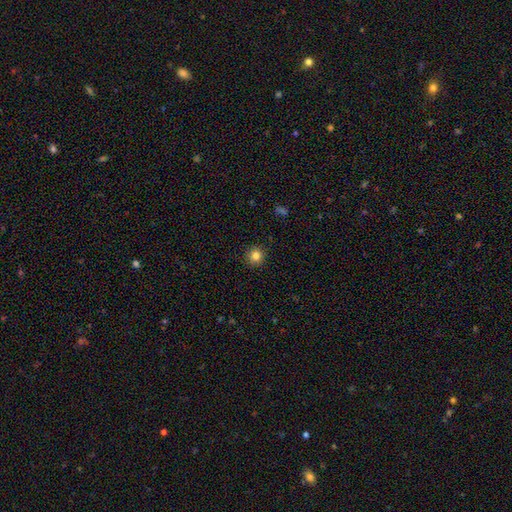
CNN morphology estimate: A smooth galaxy with no disk features (82%) that is round (93%). Merging: none (92%).